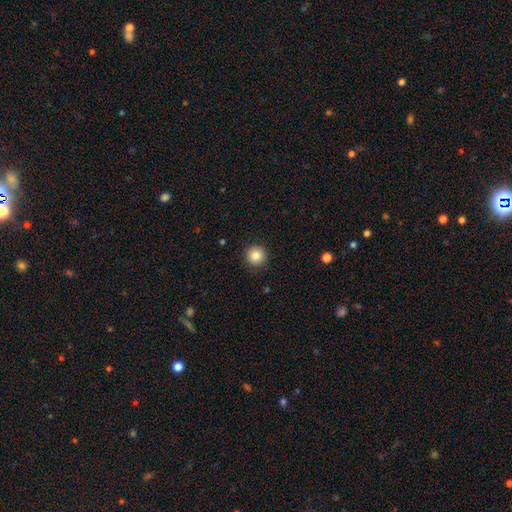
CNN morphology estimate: Q: Smooth or featured?
A: smooth (84%); runner-up: star or artifact (10%)
Q: How rounded?
A: round (96%); runner-up: in between (3%)
Q: Merging?
A: none (92%); runner-up: minor disturbance (5%)